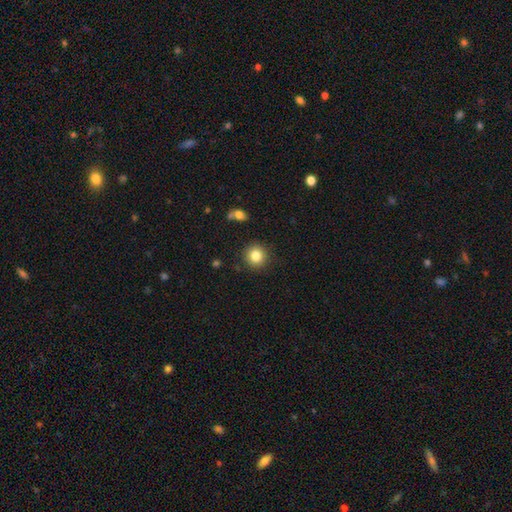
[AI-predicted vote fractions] Overall: smooth (84%). How rounded: round (92%). Merging: none (88%).